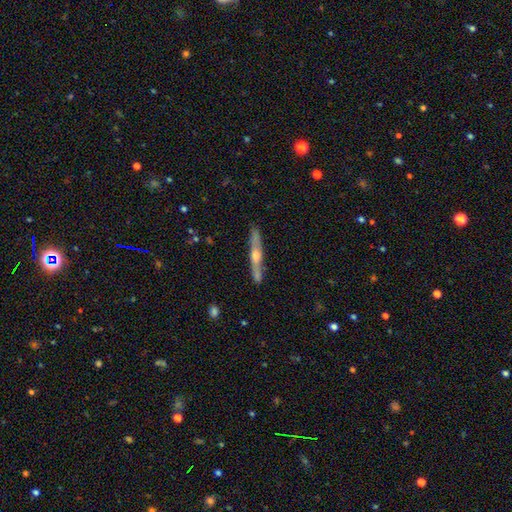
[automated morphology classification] Overall: featured or disk (62%; smooth 32%). Edge-on disk: yes (93%). Edge-on bulge: rounded (84%). Merging: none (82%).